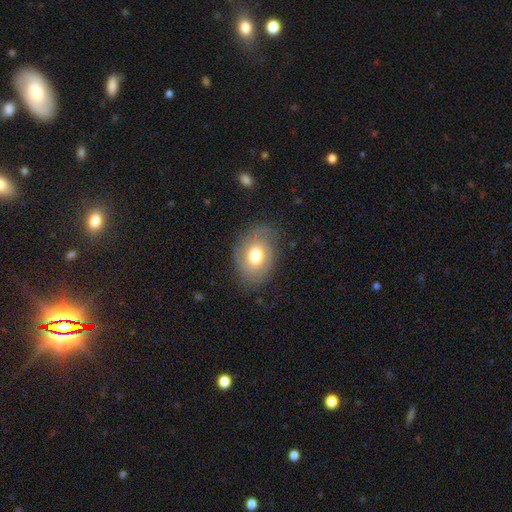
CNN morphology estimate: A smooth galaxy with no disk features (59%) that is in between round and cigar-shaped (71%). Merging: none (75%).